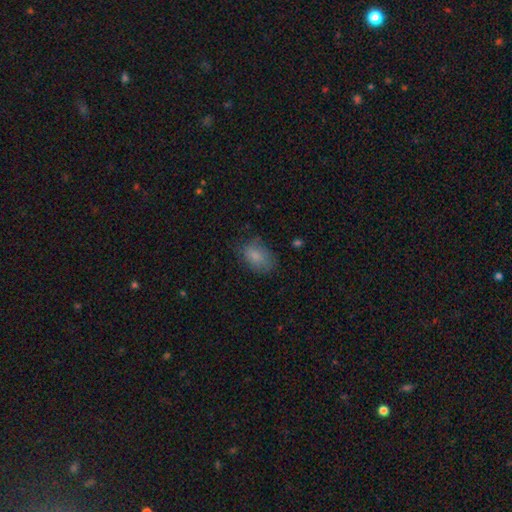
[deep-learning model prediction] Smooth or featured? Predicted: smooth (p=0.82). How rounded? Predicted: in between (p=0.84). Merging? Predicted: none (p=0.65).